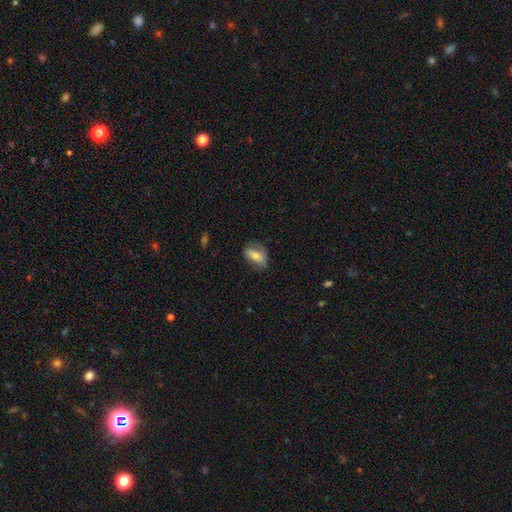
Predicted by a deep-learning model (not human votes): The model was most divided on "merging": none: 62%, minor disturbance: 26%, major disturbance: 11%, merger: 1%. More confident: how rounded — in between (84%); smooth or featured — smooth (66%).